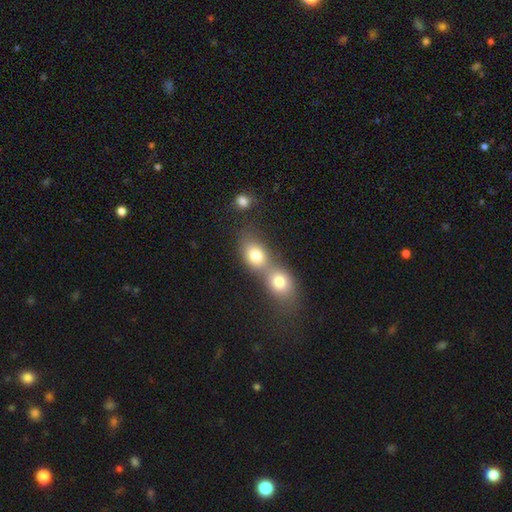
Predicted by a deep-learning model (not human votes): A smooth galaxy with no disk features (78%) that is in between round and cigar-shaped (53%). Merging: merger (67%).